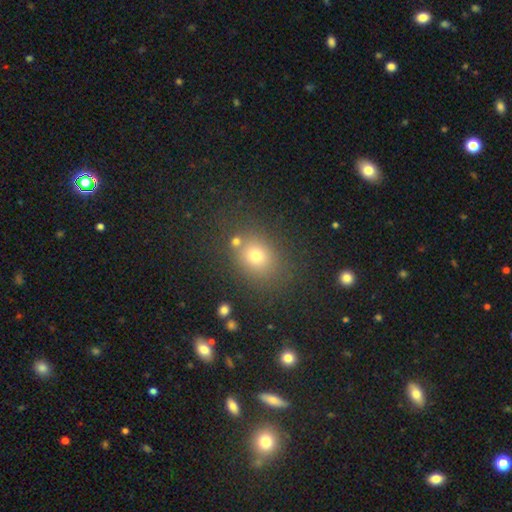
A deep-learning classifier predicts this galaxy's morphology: The model was most divided on "how rounded": round: 61%, in between: 38%, cigar-shaped: 1%. More confident: merging — none (77%); smooth or featured — smooth (71%).